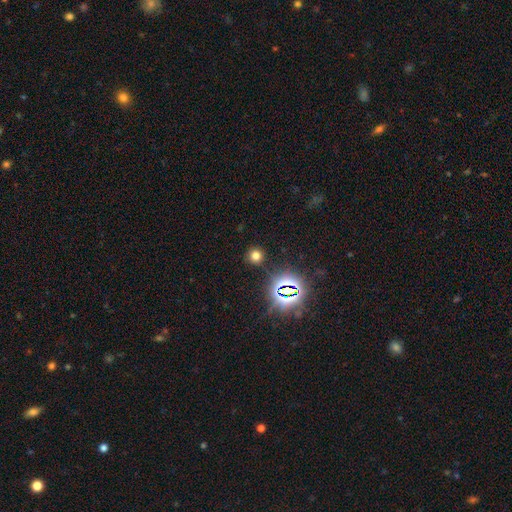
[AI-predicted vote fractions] A smooth galaxy with no disk features (67%) that is round (93%).

Vote fractions:
- Smooth or featured? smooth: 67% / star or artifact: 26% / featured or disk: 7%
- How rounded? round: 93% / in between: 6% / cigar-shaped: 1%
- Merging? none: 88% / minor disturbance: 7% / major disturbance: 3% / merger: 3%